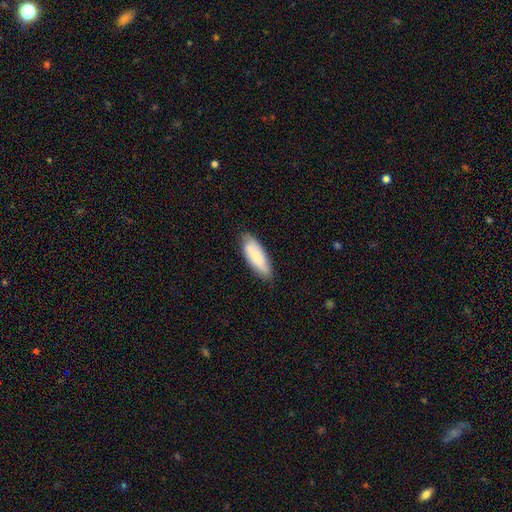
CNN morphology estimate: Q: Smooth or featured?
A: smooth (71%); runner-up: featured or disk (23%)
Q: How rounded?
A: in between (66%); runner-up: cigar-shaped (32%)
Q: Merging?
A: none (77%); runner-up: minor disturbance (18%)